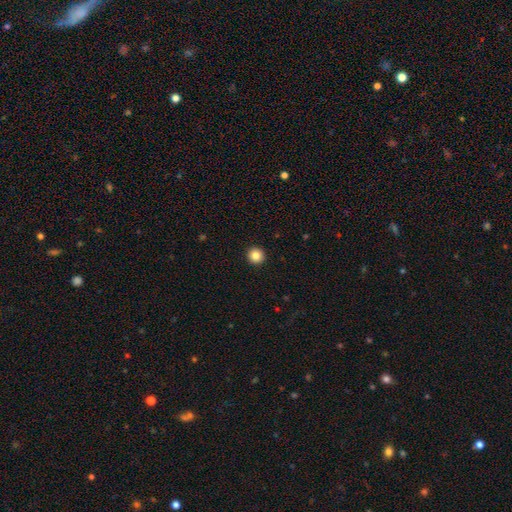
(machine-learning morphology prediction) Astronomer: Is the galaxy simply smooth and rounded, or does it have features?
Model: smooth — 84%.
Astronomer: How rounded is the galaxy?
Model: round — 95%.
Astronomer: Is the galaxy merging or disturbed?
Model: none — 94%.